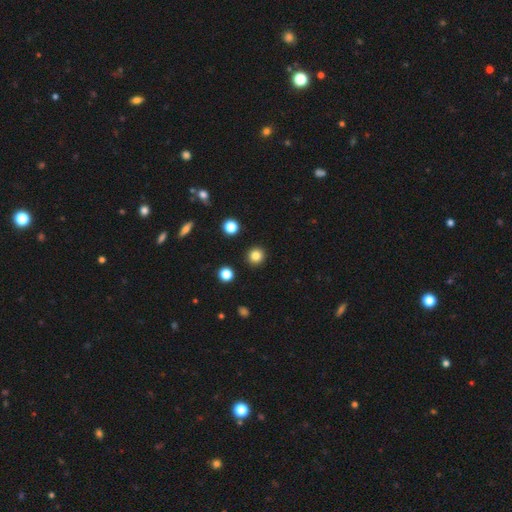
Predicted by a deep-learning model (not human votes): Overall: smooth (83%). How rounded: round (93%). Merging: none (92%).